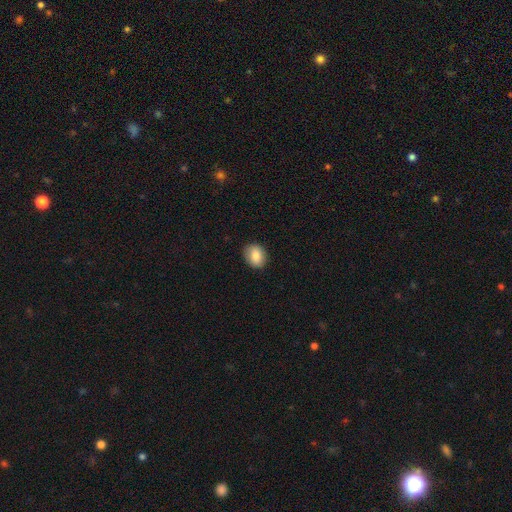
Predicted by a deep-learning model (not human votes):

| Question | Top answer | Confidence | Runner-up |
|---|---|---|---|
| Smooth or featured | smooth | 86% | star or artifact (8%) |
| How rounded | in between | 50% | round (49%) |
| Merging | none | 87% | minor disturbance (10%) |